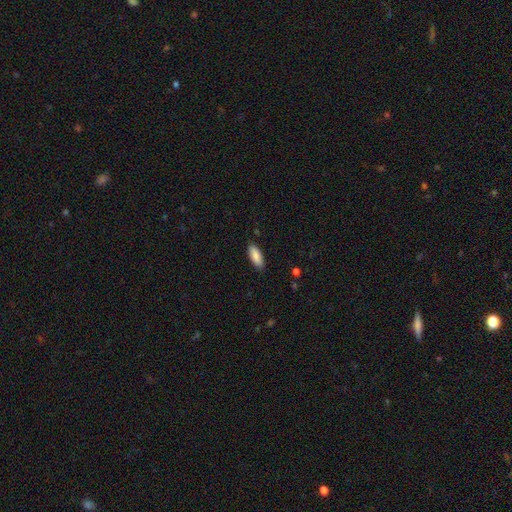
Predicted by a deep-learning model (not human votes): Smooth or featured: smooth — 87% (featured or disk — 7%)
How rounded: in between — 73% (cigar-shaped — 26%)
Merging: none — 87% (minor disturbance — 10%)